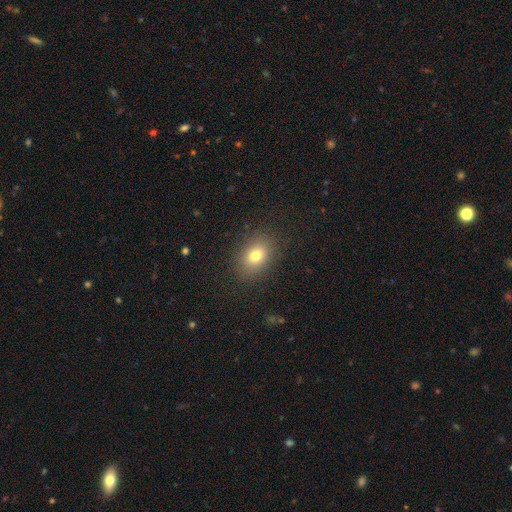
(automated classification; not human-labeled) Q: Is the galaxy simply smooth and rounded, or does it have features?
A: smooth — 77%.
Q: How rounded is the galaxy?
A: in between — 69%.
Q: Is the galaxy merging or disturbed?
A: none — 86%.